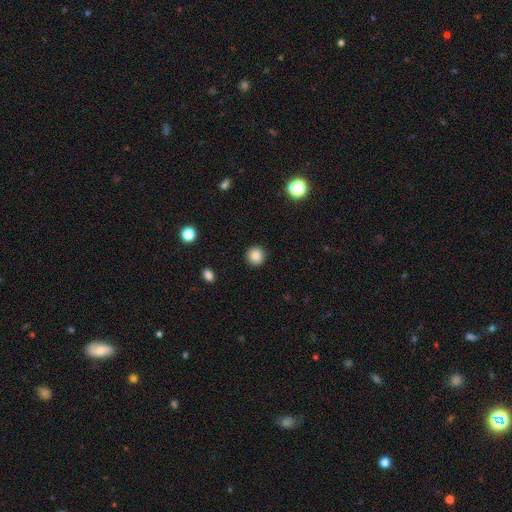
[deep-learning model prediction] The model was most divided on "smooth or featured": smooth: 87%, star or artifact: 10%, featured or disk: 4%. More confident: how rounded — round (93%); merging — none (91%).